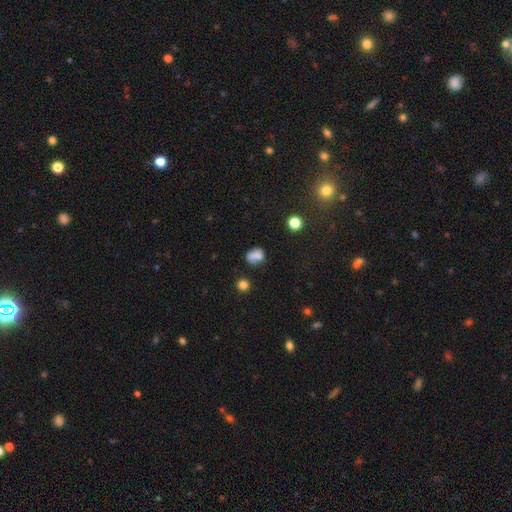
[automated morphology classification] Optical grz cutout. It shows a smooth galaxy with no disk features (71%) that is in between round and cigar-shaped (55%). Merging: none (48%).